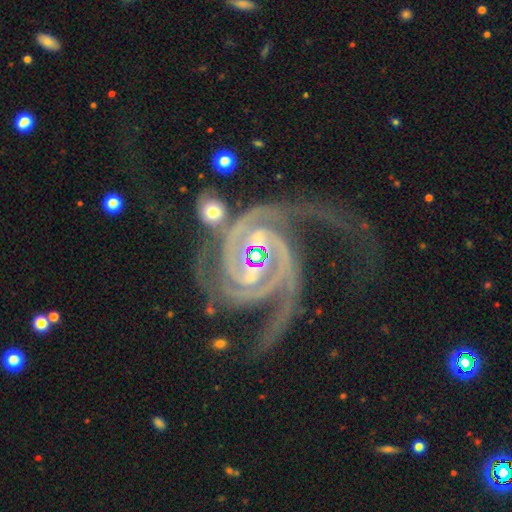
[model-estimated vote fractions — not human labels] smooth-or-featured: featured or disk: 89% | star or artifact: 6% | smooth: 5%
  disk-edge-on: no: 97% | yes: 3%
    bar: no: 41% | strong: 30% | weak: 29%
    has-spiral-arms: yes: 96% | no: 4%
      spiral-winding: tight: 57% | medium: 33% | loose: 10%
      spiral-arm-count: 2: 60% | 3: 11% | can't tell: 10% | 1: 7% | 4: 6% | more than 4: 6%
    bulge-size: moderate: 48% | small: 23% | large: 20% | none: 5% | dominant: 4%
  merging: none: 45% | minor disturbance: 19% | major disturbance: 18% | merger: 18%